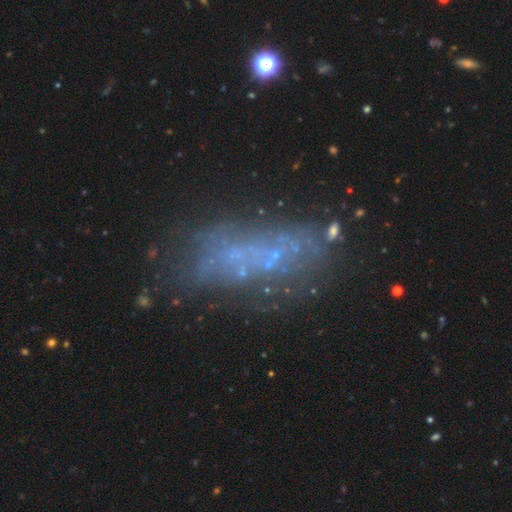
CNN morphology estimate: A featured or disk galaxy (48%).

Vote fractions:
- Smooth or featured? featured or disk: 48% / smooth: 28% / star or artifact: 23%
- Merging? none: 53% / minor disturbance: 19% / major disturbance: 19% / merger: 10%